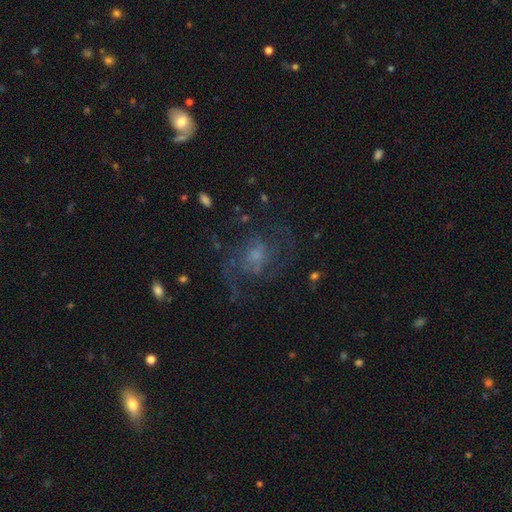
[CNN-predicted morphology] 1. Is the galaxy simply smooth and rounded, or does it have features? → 64% featured or disk, 22% smooth, 13% star or artifact.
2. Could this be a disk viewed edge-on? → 97% no, 3% yes.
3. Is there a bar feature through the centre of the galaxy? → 70% no, 26% weak, 4% strong.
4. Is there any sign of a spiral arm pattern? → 77% yes, 23% no.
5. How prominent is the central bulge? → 51% small, 29% moderate, 13% none, 5% large, 2% dominant.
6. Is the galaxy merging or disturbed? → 56% none, 24% major disturbance, 18% minor disturbance, 2% merger.